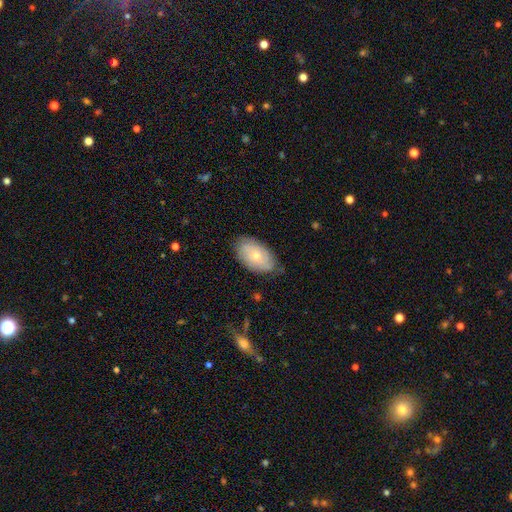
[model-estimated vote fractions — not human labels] Smooth or featured: smooth — 54% (featured or disk — 40%)
How rounded: in between — 92% (round — 6%)
Merging: none — 74% (minor disturbance — 21%)